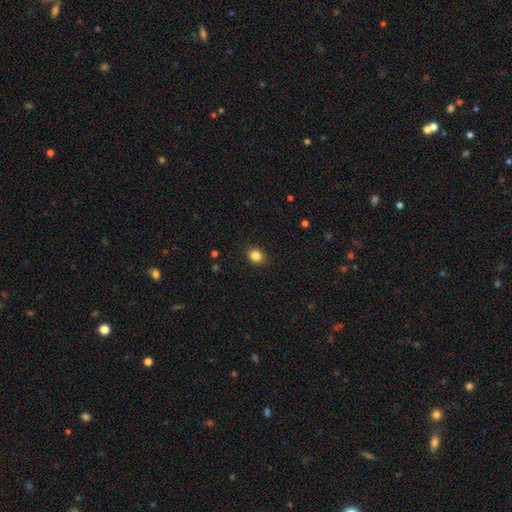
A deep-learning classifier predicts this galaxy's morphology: Overall: smooth (85%). How rounded: round (53%; in between 46%). Merging: none (88%).